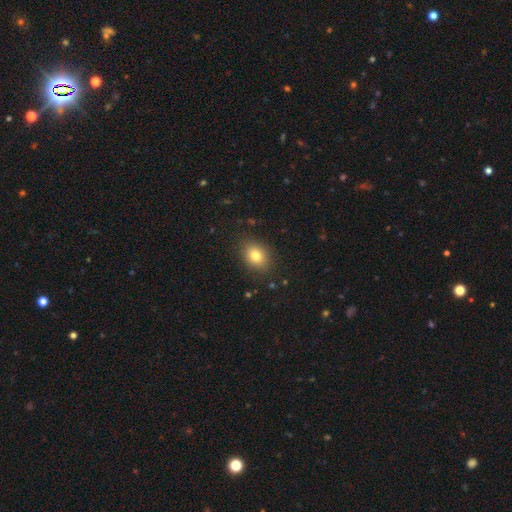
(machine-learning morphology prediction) Smooth or featured: smooth — 80% (star or artifact — 10%)
How rounded: in between — 64% (round — 35%)
Merging: none — 86% (minor disturbance — 10%)